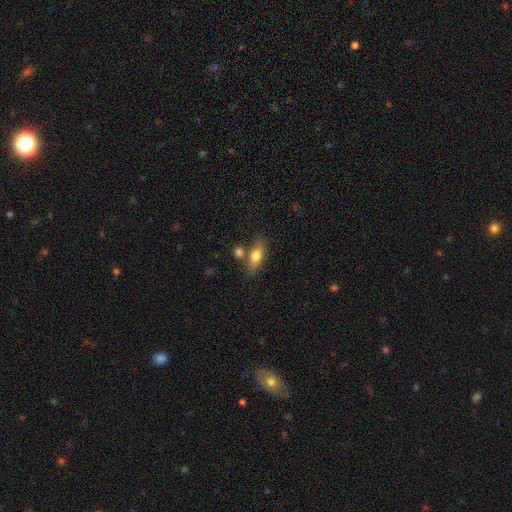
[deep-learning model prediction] Q: Smooth or featured?
A: smooth (70%); runner-up: featured or disk (23%)
Q: How rounded?
A: in between (71%); runner-up: cigar-shaped (23%)
Q: Merging?
A: none (61%); runner-up: merger (20%)